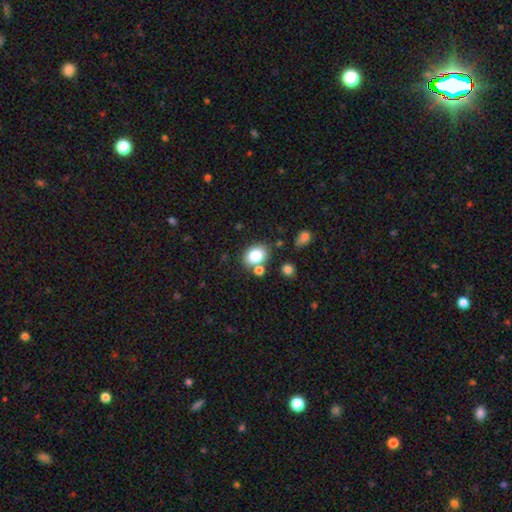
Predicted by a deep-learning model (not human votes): smooth-or-featured: smooth: 82% | star or artifact: 10% | featured or disk: 8%
  how-rounded: in between: 64% | round: 35% | cigar-shaped: 1%
  merging: none: 65% | merger: 17% | minor disturbance: 13% | major disturbance: 4%